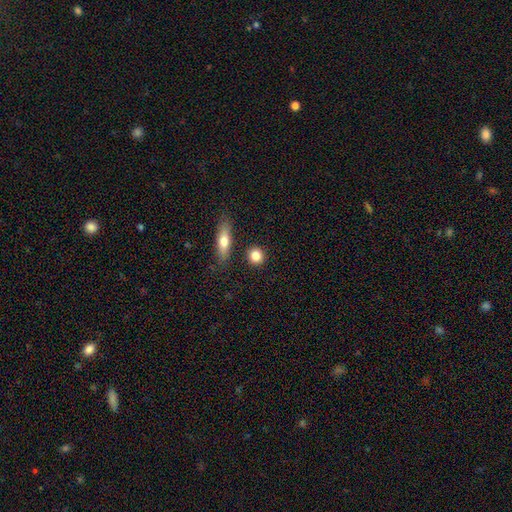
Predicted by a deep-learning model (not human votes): A smooth galaxy with no disk features (83%) that is round (83%). Merging: none (86%).